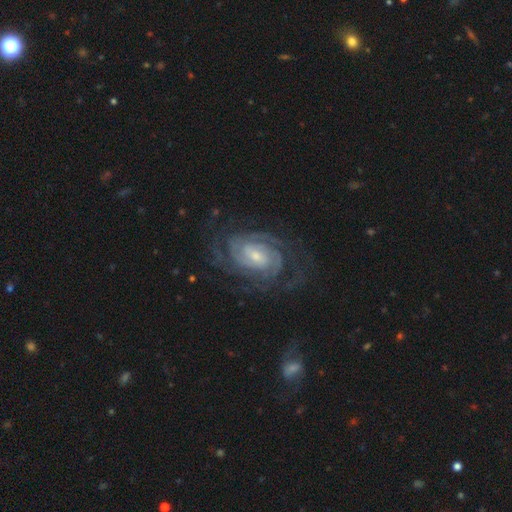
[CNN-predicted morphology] smooth_or_featured: featured or disk (p=0.90) [alt: star or artifact p=0.05]
disk_edge_on: no (p=0.97) [alt: yes p=0.03]
bar: weak (p=0.43) [alt: no p=0.41]
has_spiral_arms: yes (p=0.98) [alt: no p=0.02]
spiral_winding: tight (p=0.72) [alt: medium p=0.24]
spiral_arm_count: 2 (p=0.35) [alt: can't tell p=0.22]
bulge_size: small (p=0.58) [alt: moderate p=0.35]
merging: none (p=0.74) [alt: minor disturbance p=0.14]